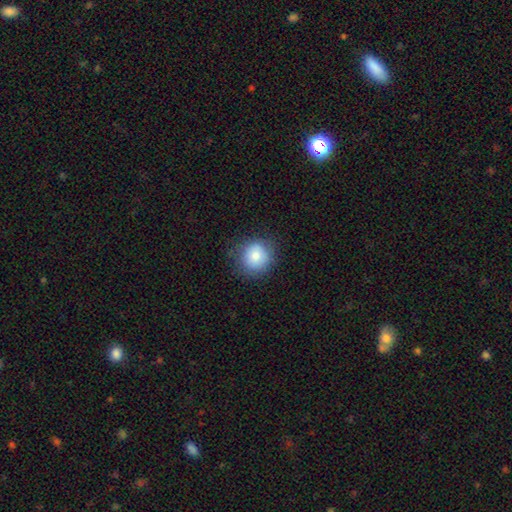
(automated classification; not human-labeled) Smooth or featured?
  - smooth: 81% *
  - featured or disk: 10%
  - star or artifact: 9%
How rounded?
  - round: 86% *
  - in between: 13%
  - cigar-shaped: 1%
Merging?
  - none: 80% *
  - minor disturbance: 15%
  - major disturbance: 4%
  - merger: 1%